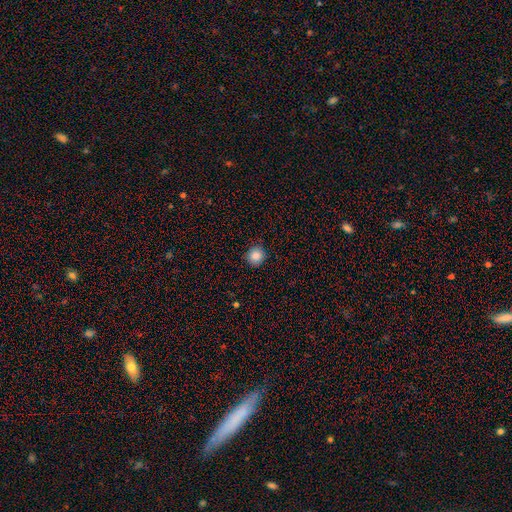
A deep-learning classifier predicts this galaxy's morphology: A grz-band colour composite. It shows a smooth galaxy with no disk features (87%) that is round (93%). Merging: none (89%).